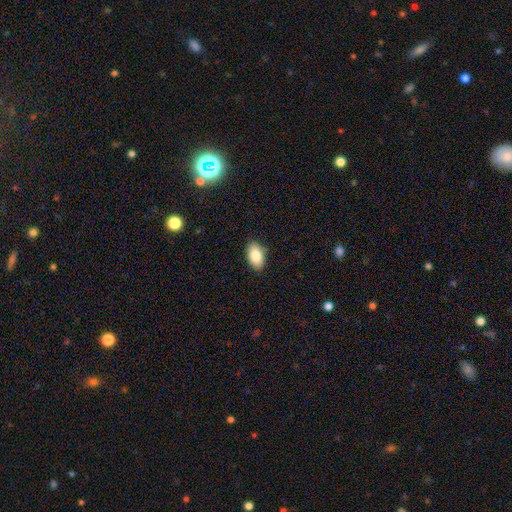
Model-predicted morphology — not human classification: The model was most divided on "smooth or featured": smooth: 85%, featured or disk: 8%, star or artifact: 7%. More confident: how rounded — in between (92%); merging — none (87%).